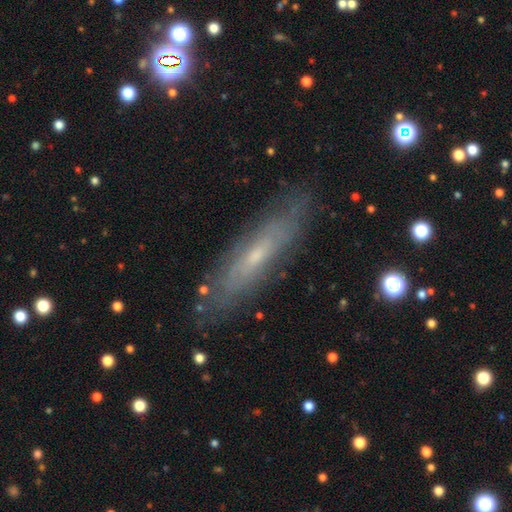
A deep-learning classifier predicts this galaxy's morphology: Smooth or featured: featured or disk — 60% (smooth — 32%)
Edge-on disk: yes — 51% (no — 49%)
Merging: none — 83% (minor disturbance — 13%)